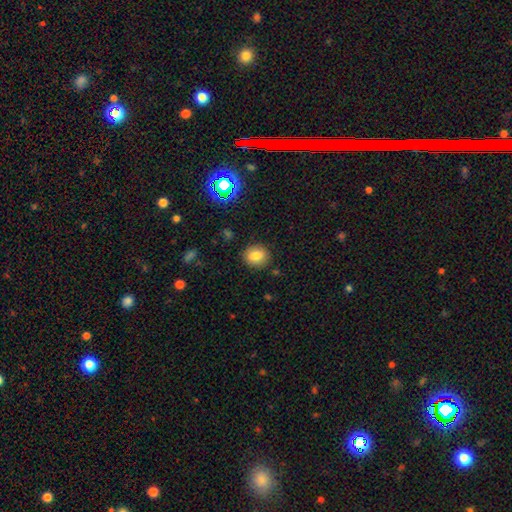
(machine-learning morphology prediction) This appears to be a smooth galaxy with no disk features (79%) that is round (73%). Merging: none (88%).